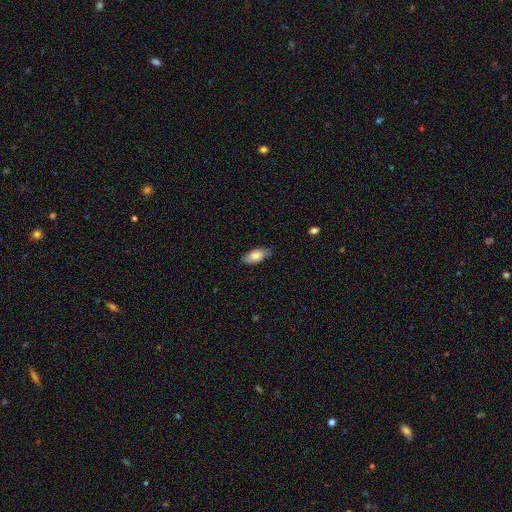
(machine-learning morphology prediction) Smooth or featured? Predicted: smooth (p=0.81). How rounded? Predicted: in between (p=0.90). Merging? Predicted: none (p=0.82).